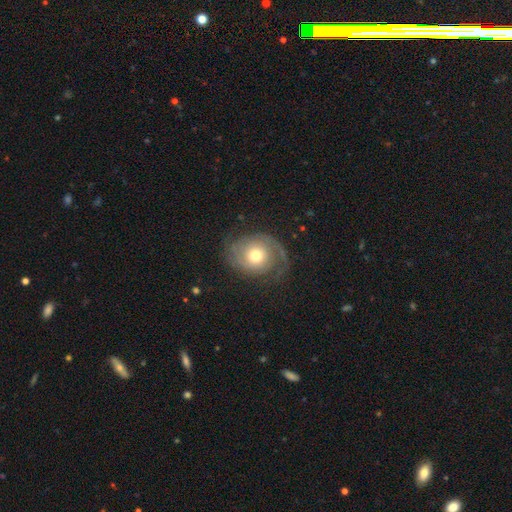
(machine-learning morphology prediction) Q: Smooth or featured?
A: featured or disk (80%); runner-up: smooth (14%)
Q: Edge-on disk?
A: no (97%); runner-up: yes (3%)
Q: Bar?
A: no (77%); runner-up: weak (19%)
Q: Spiral arms?
A: yes (95%); runner-up: no (5%)
Q: Spiral winding?
A: tight (46%); runner-up: medium (38%)
Q: Spiral arm count?
A: 2 (76%); runner-up: can't tell (9%)
Q: Bulge size?
A: moderate (69%); runner-up: small (18%)
Q: Merging?
A: none (73%); runner-up: minor disturbance (16%)